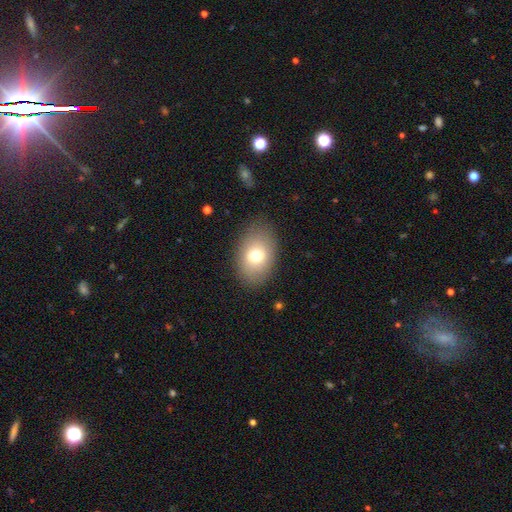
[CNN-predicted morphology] This is likely a smooth galaxy (73%). How rounded: clearly in between (83%). Merging: clearly none (85%).